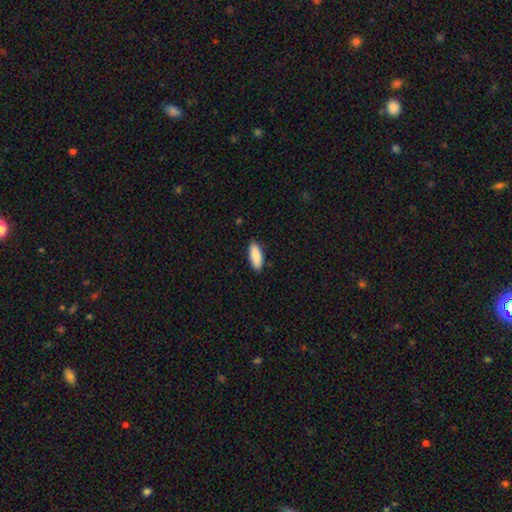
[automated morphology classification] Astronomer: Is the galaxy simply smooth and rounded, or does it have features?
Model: smooth — 90%.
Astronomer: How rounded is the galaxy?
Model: in between — 73%.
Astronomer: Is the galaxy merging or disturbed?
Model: none — 89%.